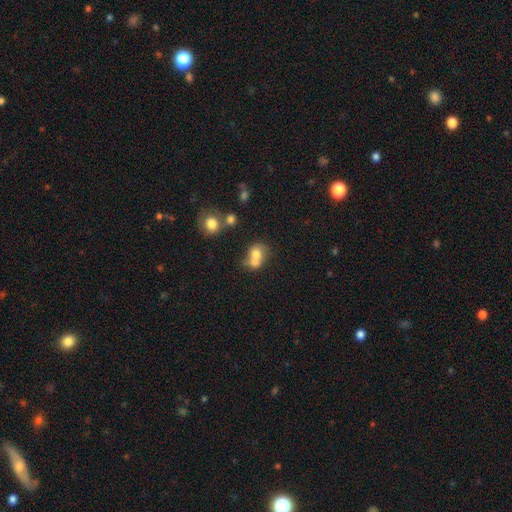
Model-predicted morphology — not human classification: Smooth or featured: smooth — 70% (featured or disk — 19%)
How rounded: round — 62% (in between — 37%)
Merging: merger — 63% (none — 25%)